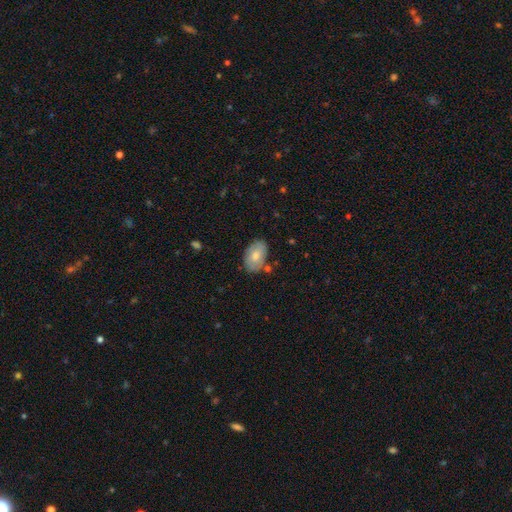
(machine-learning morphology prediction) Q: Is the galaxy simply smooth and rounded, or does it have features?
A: smooth — 73%.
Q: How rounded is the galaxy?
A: in between — 91%.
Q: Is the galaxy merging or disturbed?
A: none — 77%.